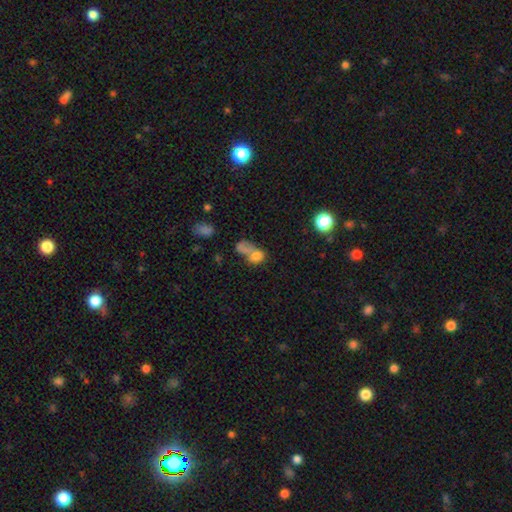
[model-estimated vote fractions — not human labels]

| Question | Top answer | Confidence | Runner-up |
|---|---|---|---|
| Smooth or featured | smooth | 70% | featured or disk (15%) |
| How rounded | in between | 66% | round (32%) |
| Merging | merger | 53% | none (23%) |